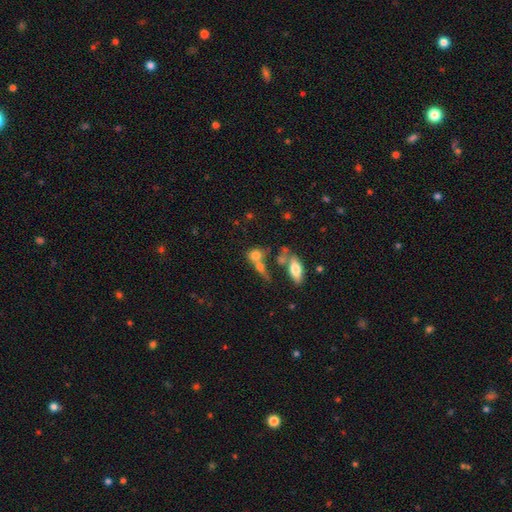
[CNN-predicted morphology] This is likely a smooth galaxy (72%). How rounded: possibly round (47%). Merging: possibly merger (49%).